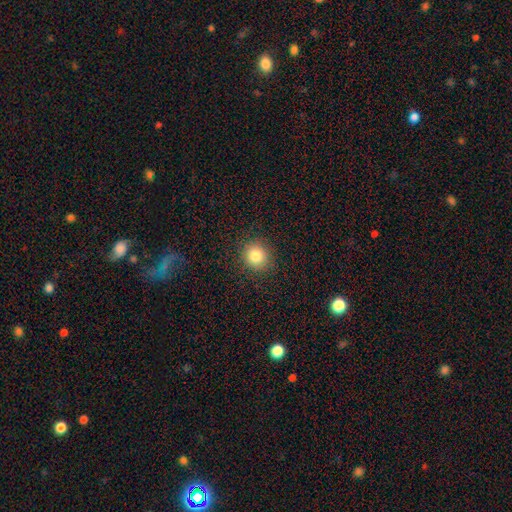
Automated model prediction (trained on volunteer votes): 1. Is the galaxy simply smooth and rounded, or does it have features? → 83% smooth, 11% star or artifact, 6% featured or disk.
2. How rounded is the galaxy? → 87% round, 12% in between, 1% cigar-shaped.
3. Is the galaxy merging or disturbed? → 89% none, 7% minor disturbance, 3% major disturbance, 1% merger.